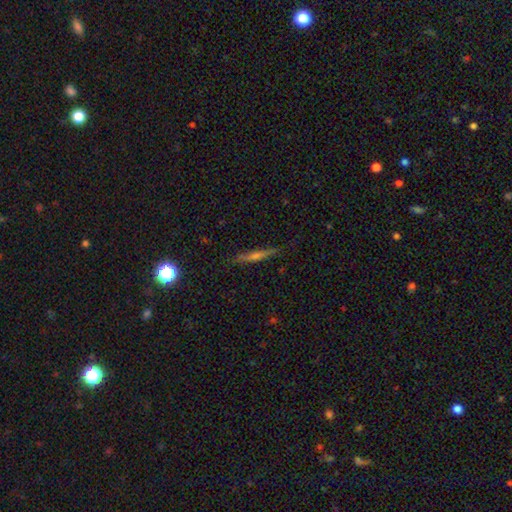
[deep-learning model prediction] Morphology: type=featured or disk (59%); edge-on=yes (96%); edge-on bulge=rounded (70%); merging=none (87%).